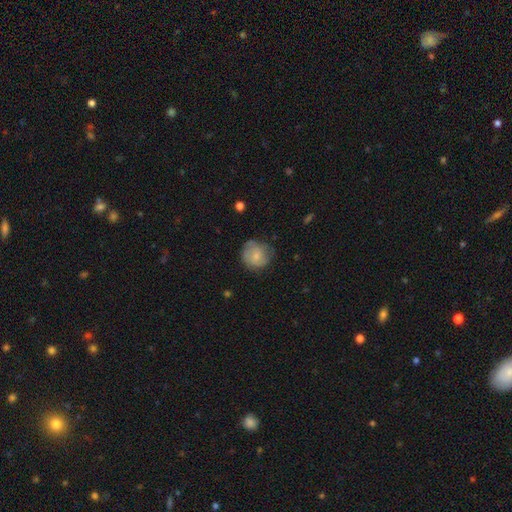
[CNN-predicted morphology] Overall: smooth (67%). How rounded: round (86%). Merging: none (62%; minor disturbance 27%).